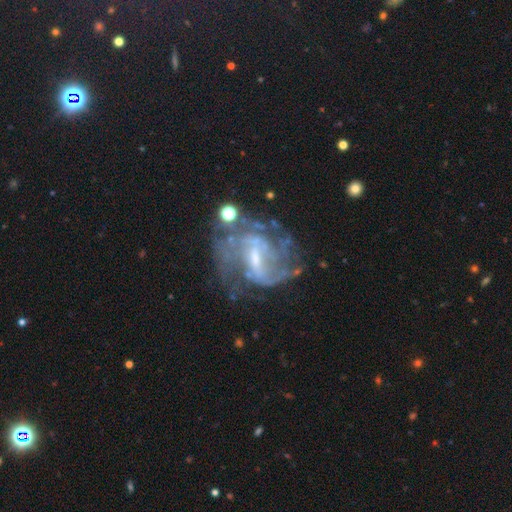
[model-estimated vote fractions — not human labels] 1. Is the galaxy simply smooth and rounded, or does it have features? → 84% featured or disk, 9% star or artifact, 7% smooth.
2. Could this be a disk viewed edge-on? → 97% no, 3% yes.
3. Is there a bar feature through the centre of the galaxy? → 52% weak, 30% strong, 17% no.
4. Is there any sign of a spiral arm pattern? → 87% yes, 13% no.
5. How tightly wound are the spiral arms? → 44% medium, 35% tight, 21% loose.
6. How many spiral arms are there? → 36% can't tell, 28% 2, 17% 3, 8% 4, 6% 1, 5% more than 4.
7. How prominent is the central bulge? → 51% small, 31% moderate, 14% none, 2% large, 1% dominant.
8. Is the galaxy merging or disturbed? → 53% none, 22% major disturbance, 19% minor disturbance, 6% merger.